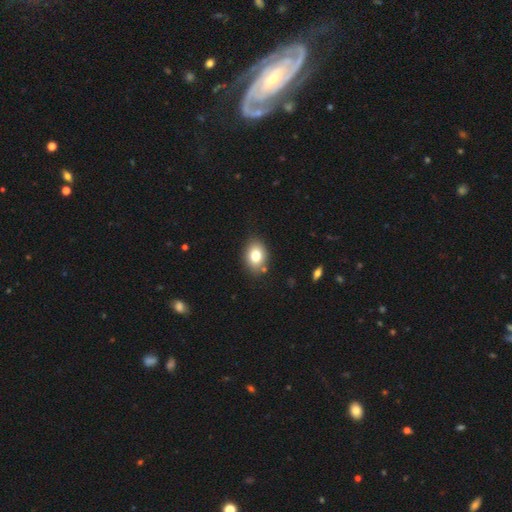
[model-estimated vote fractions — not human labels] smooth 78%, featured or disk 12%, star or artifact 10%. Down the decision tree: how rounded — in between (70%); merging — none (83%).